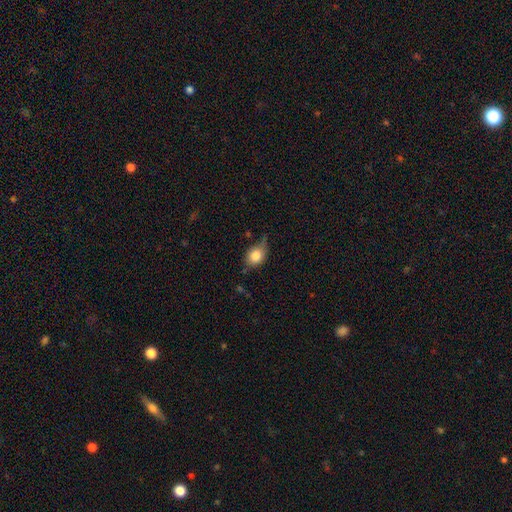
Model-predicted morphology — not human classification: smooth-or-featured: smooth: 81% | featured or disk: 11% | star or artifact: 9%
  how-rounded: in between: 53% | round: 45% | cigar-shaped: 1%
  merging: none: 53% | minor disturbance: 33% | major disturbance: 9% | merger: 4%